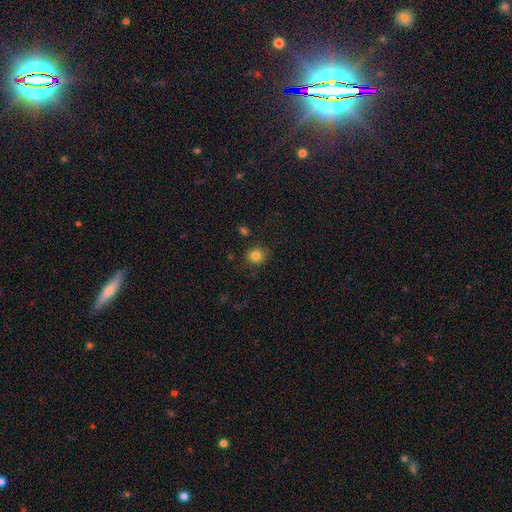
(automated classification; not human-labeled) A smooth galaxy with no disk features (83%) that is round (81%). Merging: none (85%).